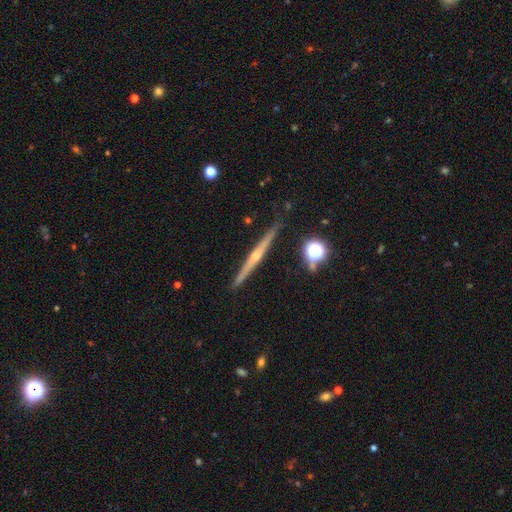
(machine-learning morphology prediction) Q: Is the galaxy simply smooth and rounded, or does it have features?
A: featured or disk — 80%.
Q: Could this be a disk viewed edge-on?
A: yes — 98%.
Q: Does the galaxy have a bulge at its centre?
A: rounded — 81%.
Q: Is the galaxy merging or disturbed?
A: none — 90%.